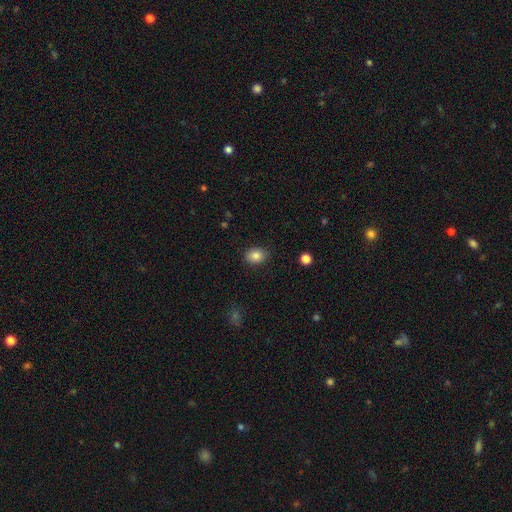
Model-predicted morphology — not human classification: smooth 85%, star or artifact 9%, featured or disk 6%. Down the decision tree: how rounded — in between (61%); merging — none (85%).